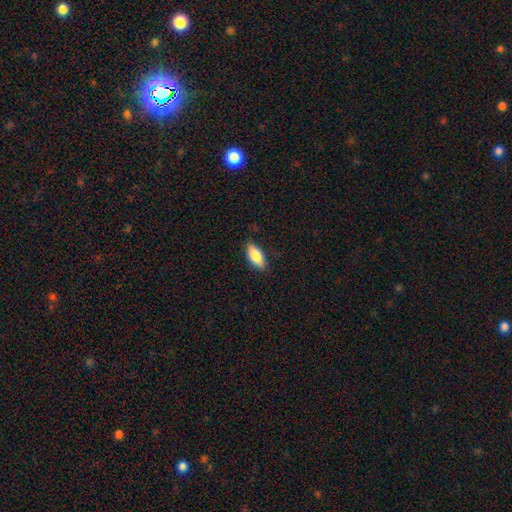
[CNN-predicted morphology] A smooth galaxy with no disk features (81%) that is in between round and cigar-shaped (85%).

Vote fractions:
- Smooth or featured? smooth: 81% / featured or disk: 13% / star or artifact: 6%
- How rounded? in between: 85% / cigar-shaped: 13% / round: 3%
- Merging? none: 84% / minor disturbance: 12% / major disturbance: 2% / merger: 1%